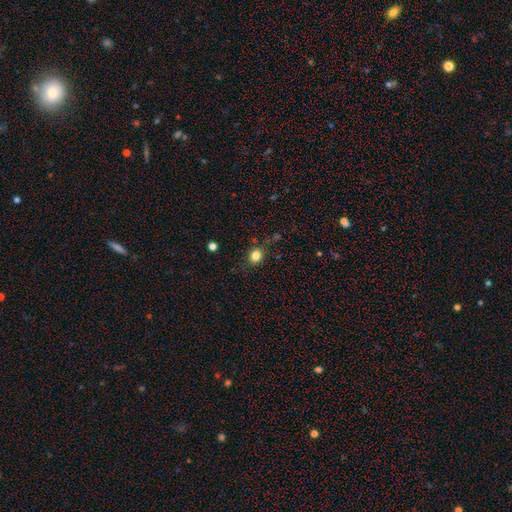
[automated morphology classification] type=smooth (82%); roundness=round (74%); merging=none (83%).